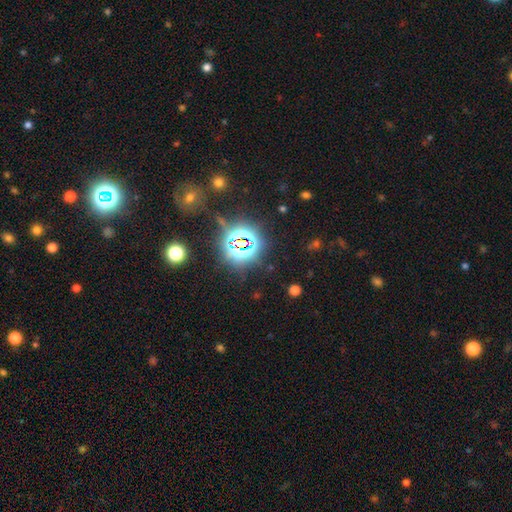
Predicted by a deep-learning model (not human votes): smooth-or-featured: star or artifact: 82% | smooth: 11% | featured or disk: 7%